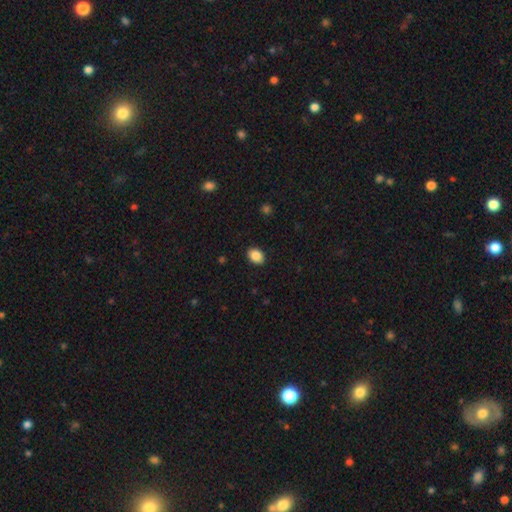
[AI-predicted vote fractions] Smooth or featured?
  - smooth: 88% *
  - star or artifact: 8%
  - featured or disk: 4%
How rounded?
  - in between: 75% *
  - round: 25%
  - cigar-shaped: 1%
Merging?
  - none: 89% *
  - minor disturbance: 8%
  - major disturbance: 2%
  - merger: 1%